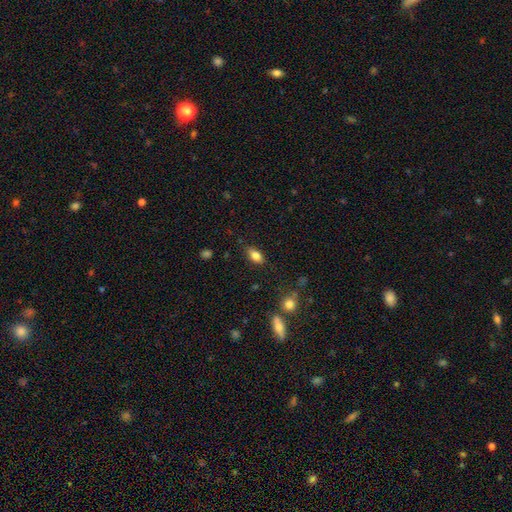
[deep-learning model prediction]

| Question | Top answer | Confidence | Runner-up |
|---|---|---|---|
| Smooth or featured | smooth | 82% | star or artifact (9%) |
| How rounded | in between | 87% | round (8%) |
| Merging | none | 81% | minor disturbance (14%) |